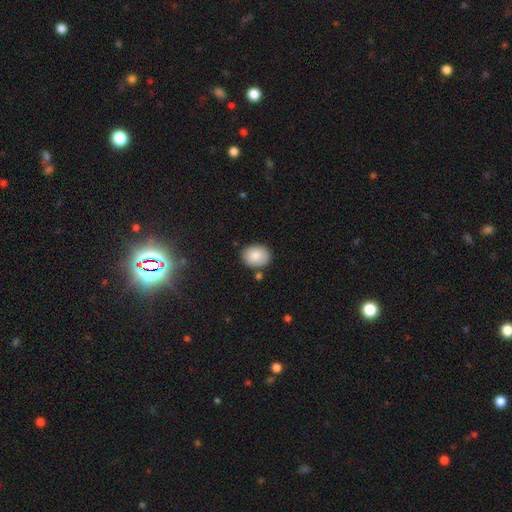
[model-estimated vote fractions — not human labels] smooth-or-featured: smooth: 86% | star or artifact: 7% | featured or disk: 7%
  how-rounded: in between: 61% | round: 38% | cigar-shaped: 1%
  merging: none: 81% | minor disturbance: 12% | merger: 5% | major disturbance: 3%